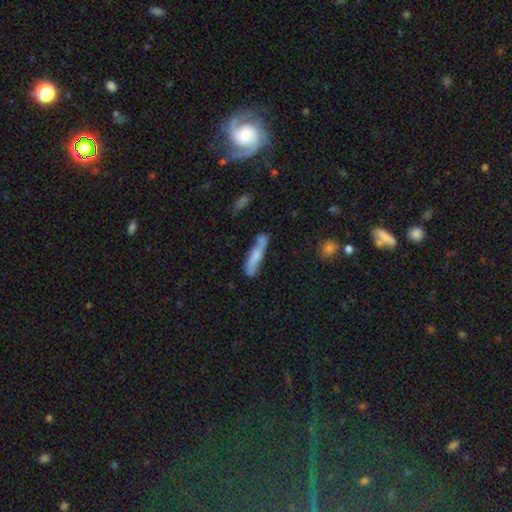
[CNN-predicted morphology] A smooth galaxy with no disk features (58%) that is cigar-shaped (80%).

Vote fractions:
- Smooth or featured? smooth: 58% / featured or disk: 35% / star or artifact: 8%
- How rounded? cigar-shaped: 80% / in between: 17% / round: 2%
- Merging? none: 54% / minor disturbance: 23% / merger: 16% / major disturbance: 7%